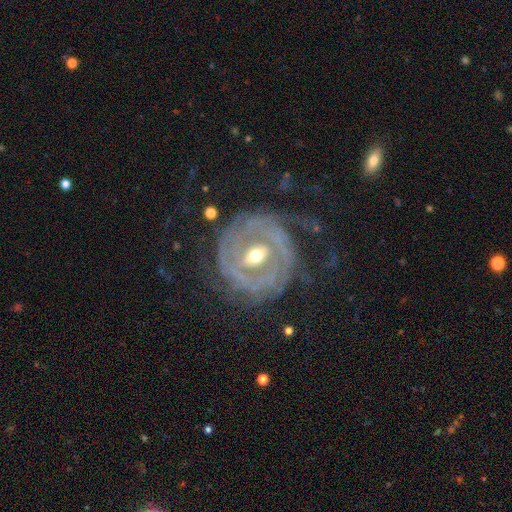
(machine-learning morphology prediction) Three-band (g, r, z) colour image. It shows a featured or disk galaxy (86%) with a weak bar (43%), tight (68%) spiral arms (83%) and a moderate central bulge (58%). Merging: none (60%).